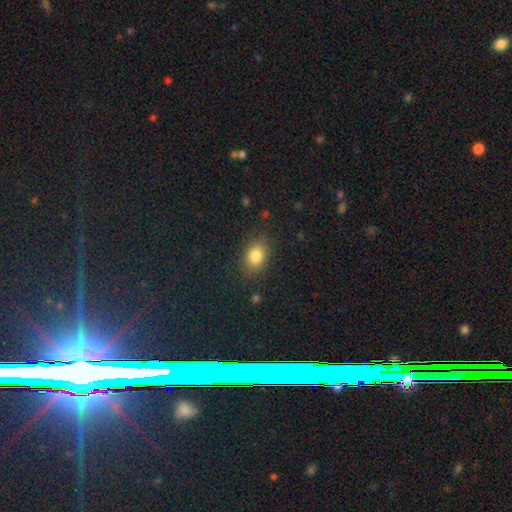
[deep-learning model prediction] Smooth or featured? smooth (83%)
How rounded? in between (66%)
Merging? none (83%)